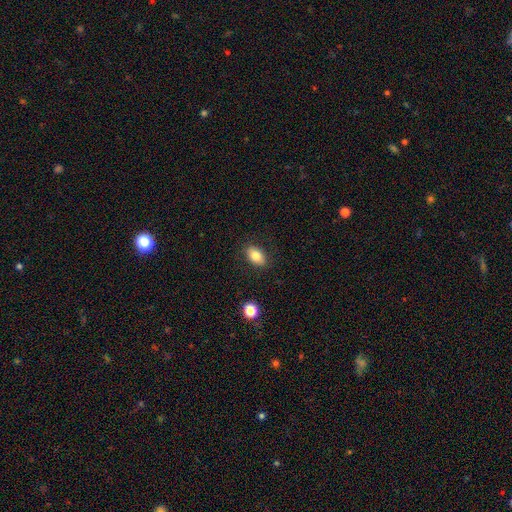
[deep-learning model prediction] Morphology: type=smooth (81%); roundness=in between (86%); merging=none (86%).